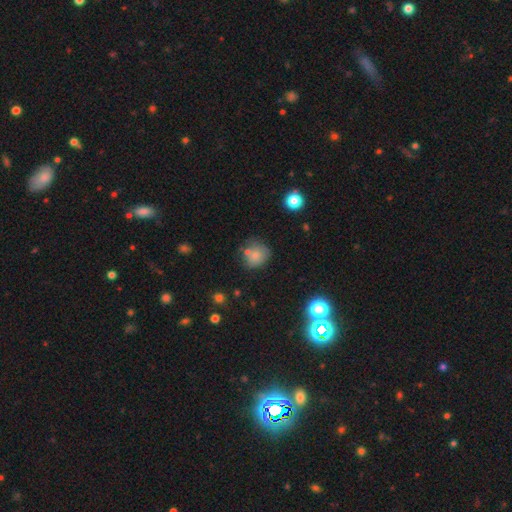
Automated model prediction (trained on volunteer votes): smooth_or_featured: smooth (p=0.76) [alt: star or artifact p=0.13]
how_rounded: round (p=0.78) [alt: in between p=0.21]
merging: none (p=0.60) [alt: minor disturbance p=0.20]